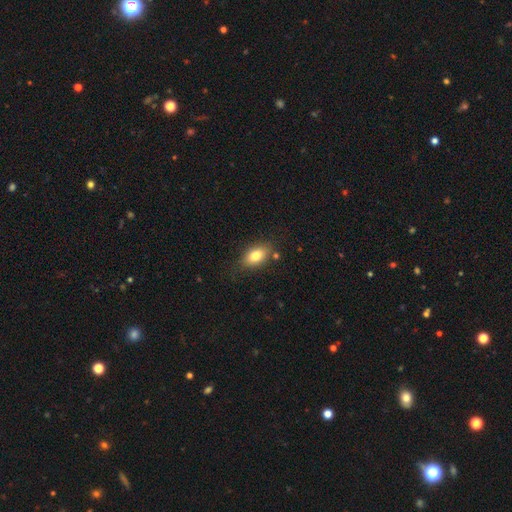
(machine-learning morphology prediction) smooth_or_featured: smooth (p=0.79) [alt: featured or disk p=0.13]
how_rounded: in between (p=0.86) [alt: round p=0.10]
merging: none (p=0.77) [alt: minor disturbance p=0.15]